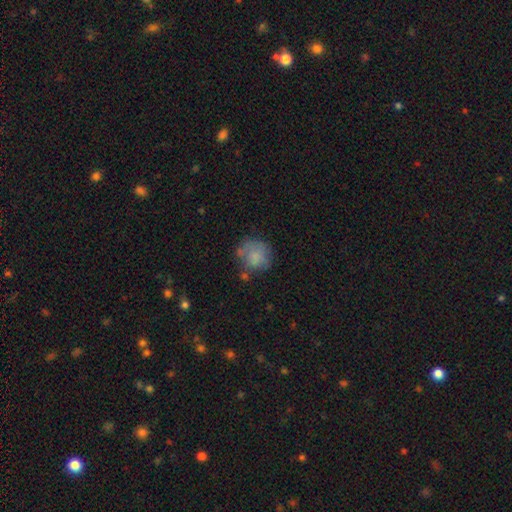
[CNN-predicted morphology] This appears to be a smooth galaxy with no disk features (71%) that is round (83%). Merging: none (55%).